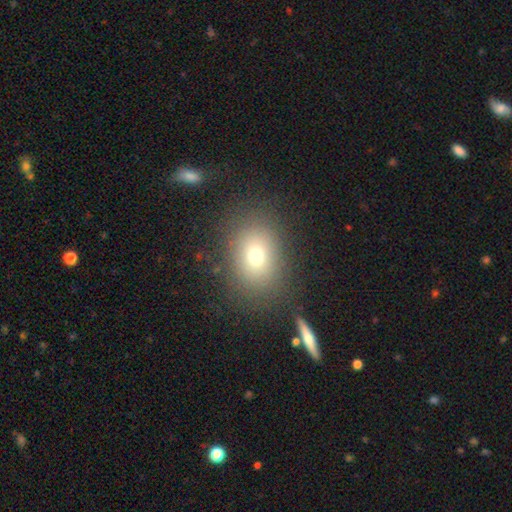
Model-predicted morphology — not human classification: Smooth or featured? Predicted: smooth (p=0.71). How rounded? Predicted: in between (p=0.61). Merging? Predicted: none (p=0.81).